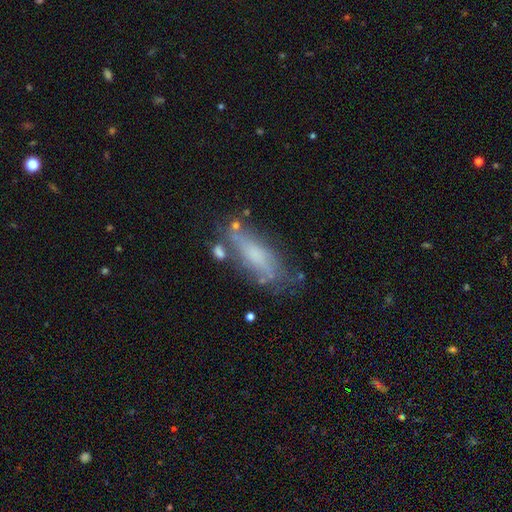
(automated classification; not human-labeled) A featured or disk galaxy (46%).

Vote fractions:
- Smooth or featured? featured or disk: 46% / smooth: 41% / star or artifact: 13%
- Merging? none: 58% / minor disturbance: 23% / major disturbance: 11% / merger: 8%